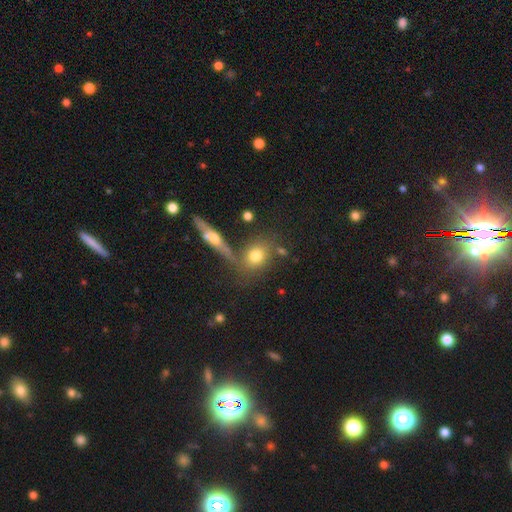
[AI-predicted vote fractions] Smooth or featured?
  - smooth: 71% *
  - featured or disk: 18%
  - star or artifact: 12%
How rounded?
  - round: 58% *
  - in between: 37%
  - cigar-shaped: 5%
Merging?
  - none: 66% *
  - merger: 17%
  - minor disturbance: 12%
  - major disturbance: 5%